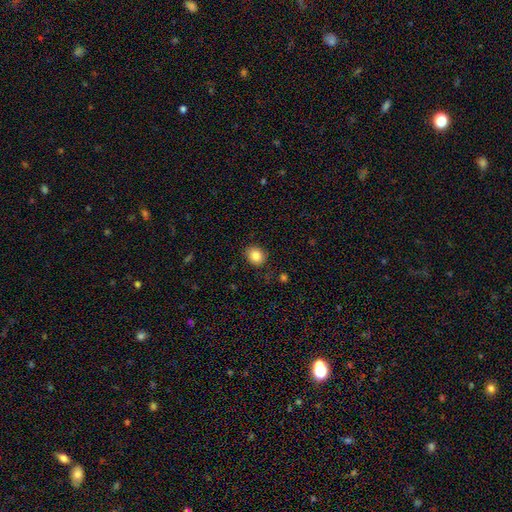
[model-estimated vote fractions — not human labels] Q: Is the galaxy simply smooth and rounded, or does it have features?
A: smooth — 84%.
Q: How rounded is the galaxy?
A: round — 69%.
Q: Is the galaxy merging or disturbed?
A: none — 87%.